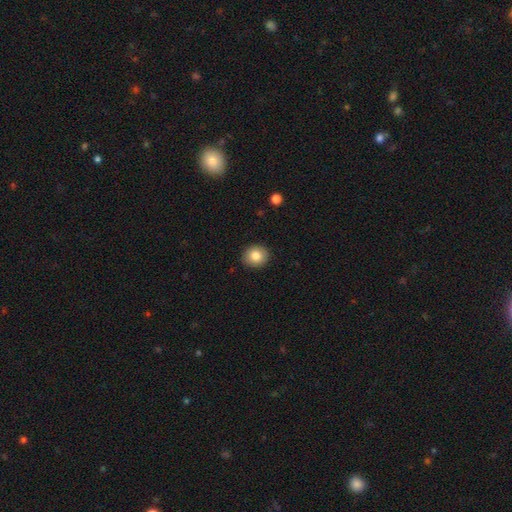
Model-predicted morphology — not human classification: type=smooth (83%); roundness=round (81%); merging=none (91%).